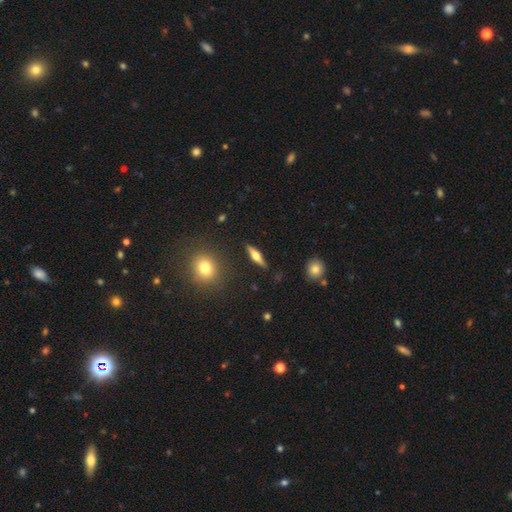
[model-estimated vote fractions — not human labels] Smooth or featured?
  - featured or disk: 60% *
  - smooth: 33%
  - star or artifact: 7%
Edge-on disk?
  - yes: 95% *
  - no: 5%
Edge-on bulge?
  - rounded: 93% *
  - boxy: 5%
  - none: 2%
Merging?
  - none: 89% *
  - minor disturbance: 7%
  - major disturbance: 2%
  - merger: 2%